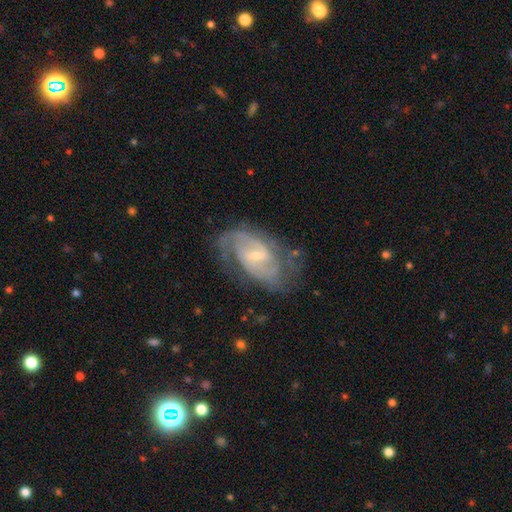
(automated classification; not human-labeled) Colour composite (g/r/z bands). It shows a featured or disk galaxy (87%) with a weak bar (57%), 2 (69%) medium (50%) spiral arms (96%) and a small central bulge (72%). Merging: none (67%).